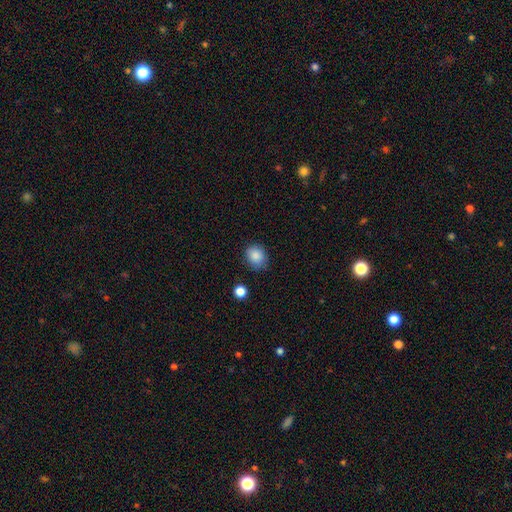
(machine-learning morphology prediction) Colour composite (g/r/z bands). It shows a smooth galaxy with no disk features (86%) that is round (61%). Merging: none (76%).